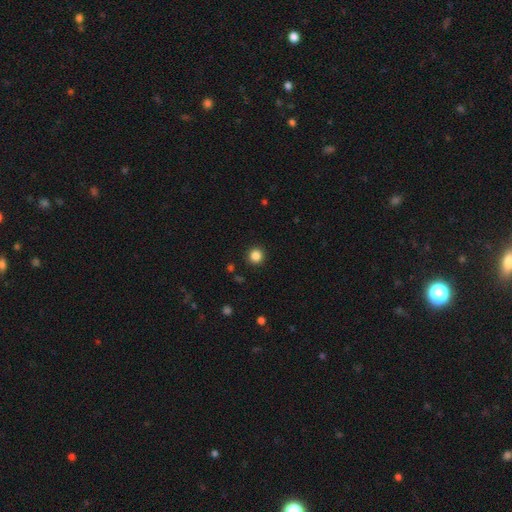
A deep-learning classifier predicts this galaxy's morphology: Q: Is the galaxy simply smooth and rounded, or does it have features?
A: smooth — 85%.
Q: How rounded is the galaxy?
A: round — 95%.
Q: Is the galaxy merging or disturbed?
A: none — 92%.